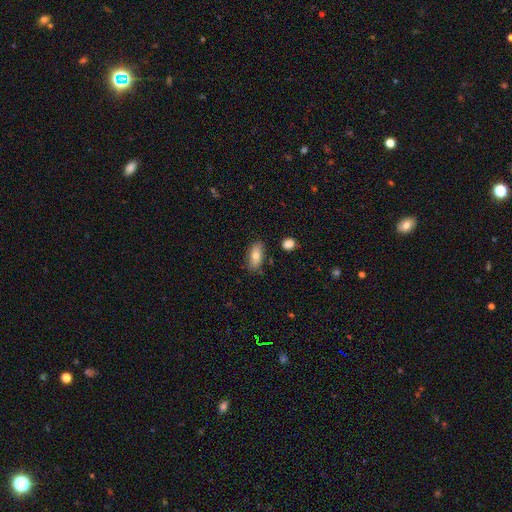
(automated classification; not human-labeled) Smooth or featured? smooth (77%)
How rounded? in between (84%)
Merging? none (82%)